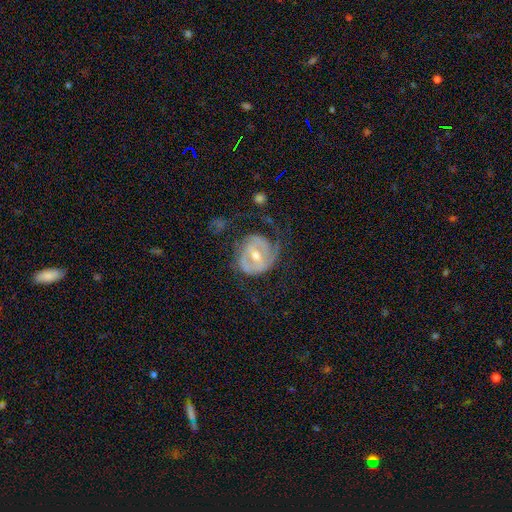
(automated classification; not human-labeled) This appears to be a featured or disk galaxy (79%) with a weak bar (45%), 2 (52%) tight (49%) spiral arms (80%) and a moderate central bulge (62%). Merging: none (53%).